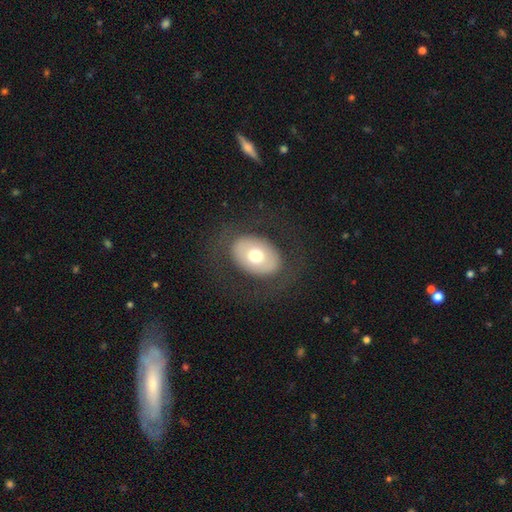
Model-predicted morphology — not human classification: Q: Smooth or featured?
A: smooth (60%); runner-up: featured or disk (33%)
Q: How rounded?
A: in between (77%); runner-up: round (22%)
Q: Merging?
A: none (81%); runner-up: minor disturbance (10%)